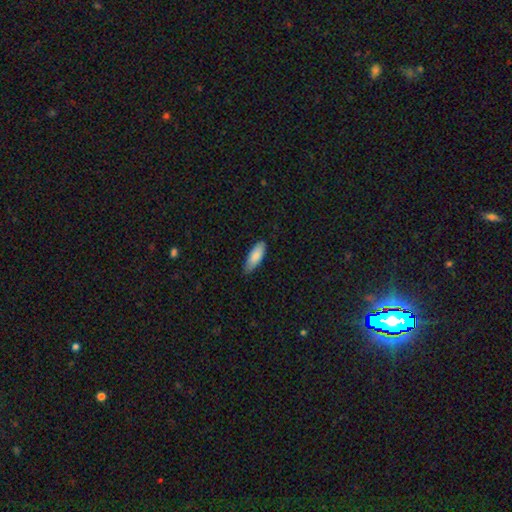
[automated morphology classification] This is clearly a smooth galaxy (87%). How rounded: likely in between (71%). Merging: likely none (79%).